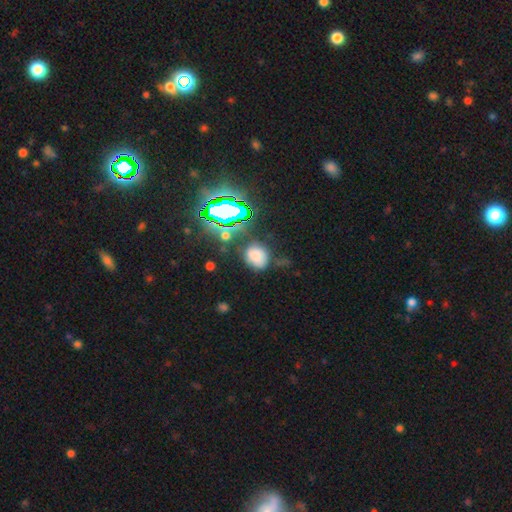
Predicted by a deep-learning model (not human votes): smooth 66%, star or artifact 23%, featured or disk 11%. Down the decision tree: how rounded — round (54%); merging — none (62%).